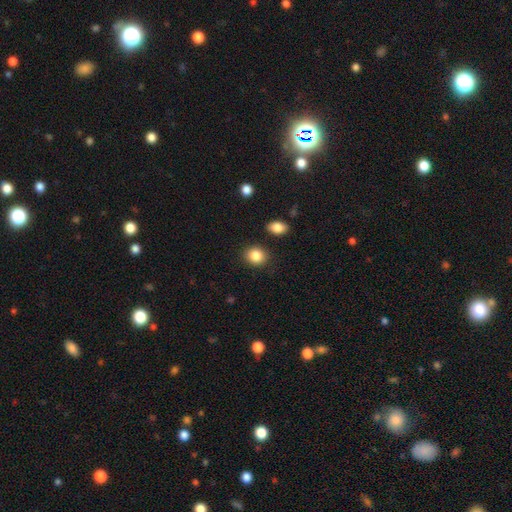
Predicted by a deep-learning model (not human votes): A smooth galaxy with no disk features (86%) that is round (65%).

Vote fractions:
- Smooth or featured? smooth: 86% / star or artifact: 9% / featured or disk: 5%
- How rounded? round: 65% / in between: 34% / cigar-shaped: 1%
- Merging? none: 86% / minor disturbance: 8% / merger: 3% / major disturbance: 3%